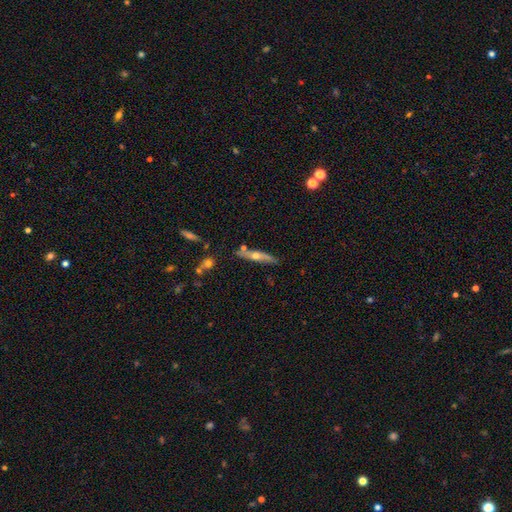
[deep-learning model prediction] featured or disk 60%, smooth 33%, star or artifact 7%. Down the decision tree: edge-on disk — yes (88%); edge-on bulge — rounded (91%); merging — none (77%).